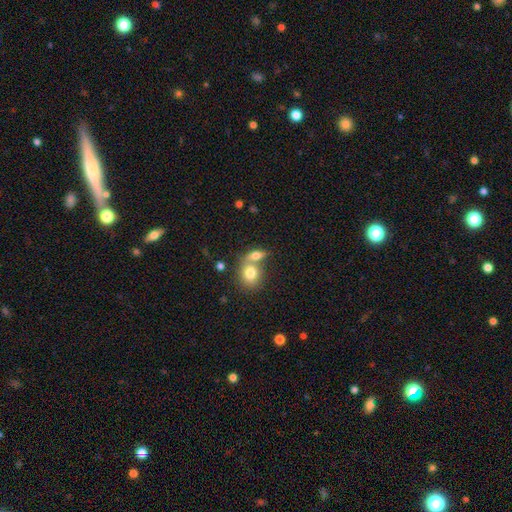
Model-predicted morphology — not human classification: Smooth or featured?
  - smooth: 74% *
  - featured or disk: 18%
  - star or artifact: 9%
How rounded?
  - in between: 61% *
  - round: 32%
  - cigar-shaped: 7%
Merging?
  - merger: 58% *
  - none: 31%
  - minor disturbance: 7%
  - major disturbance: 4%